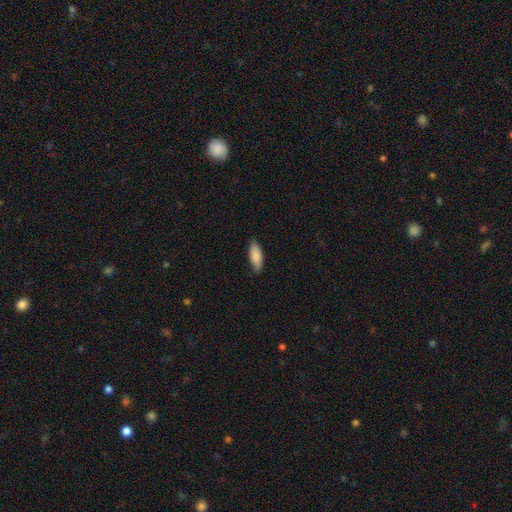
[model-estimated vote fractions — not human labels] A smooth galaxy with no disk features (88%) that is in between round and cigar-shaped (77%). Merging: none (83%).